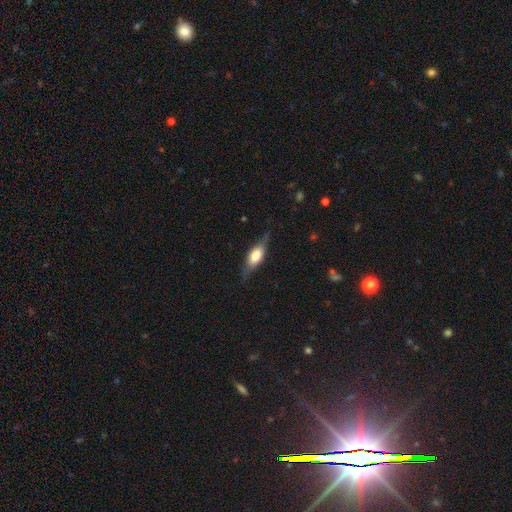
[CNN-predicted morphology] Smooth or featured? smooth (53%)
How rounded? in between (61%)
Merging? none (77%)